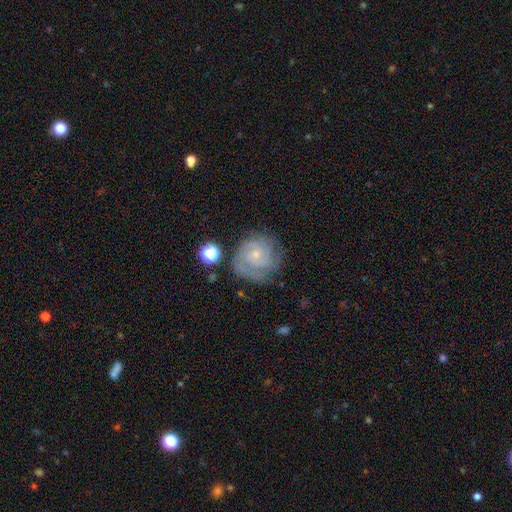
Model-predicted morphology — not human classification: Smooth or featured? featured or disk (77%)
Edge-on disk? no (98%)
Bar? no (75%)
Spiral arms? yes (94%)
Spiral winding? tight (66%)
Spiral arm count? can't tell (29%)
Bulge size? small (75%)
Merging? none (67%)